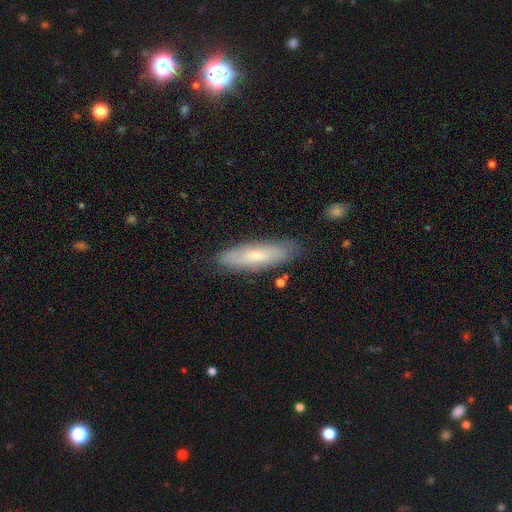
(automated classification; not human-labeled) Overall: smooth (55%; featured or disk 39%). How rounded: cigar-shaped (60%; in between 38%). Merging: none (81%).